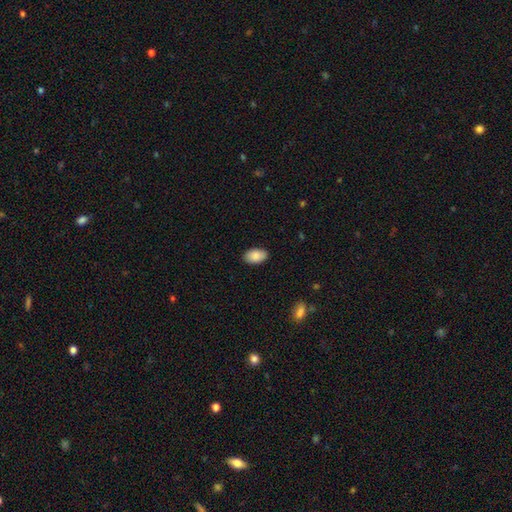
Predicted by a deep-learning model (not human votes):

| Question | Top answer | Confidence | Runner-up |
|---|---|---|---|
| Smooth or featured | smooth | 87% | featured or disk (7%) |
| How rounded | in between | 93% | round (6%) |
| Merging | none | 88% | minor disturbance (9%) |